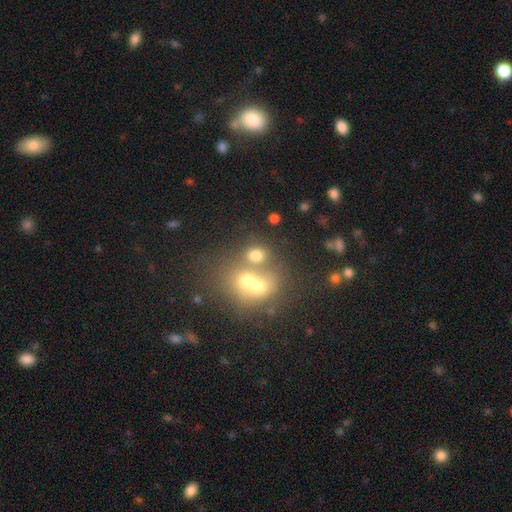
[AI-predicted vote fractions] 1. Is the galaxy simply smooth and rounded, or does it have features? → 65% smooth, 18% featured or disk, 17% star or artifact.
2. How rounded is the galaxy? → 63% round, 35% in between, 1% cigar-shaped.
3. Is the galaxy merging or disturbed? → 50% merger, 37% none, 8% minor disturbance, 5% major disturbance.